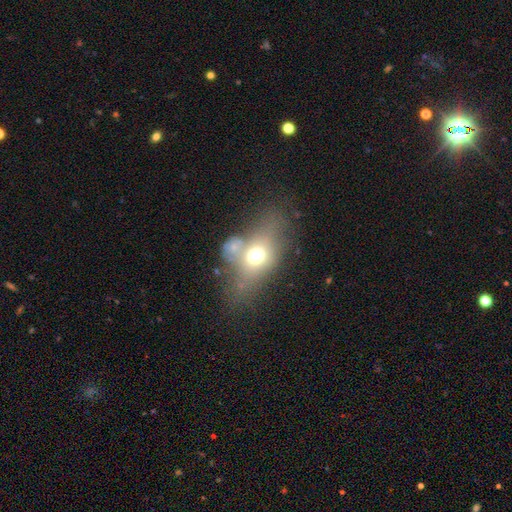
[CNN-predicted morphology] The model was most divided on "merging": none: 36%, major disturbance: 23%, merger: 23%, minor disturbance: 18%. More confident: how rounded — in between (65%); smooth or featured — smooth (54%).